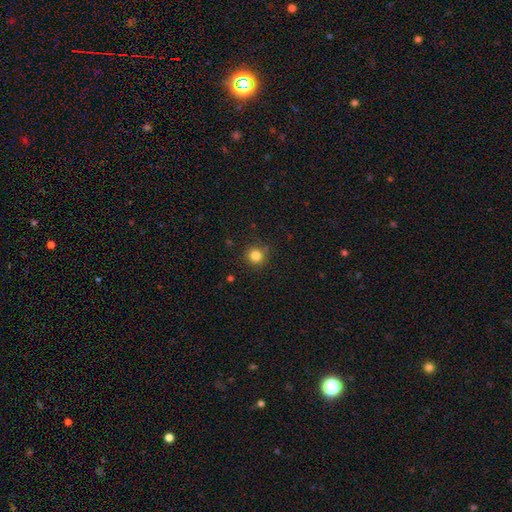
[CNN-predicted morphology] Smooth or featured?
  - smooth: 83% *
  - star or artifact: 12%
  - featured or disk: 5%
How rounded?
  - round: 93% *
  - in between: 6%
  - cigar-shaped: 1%
Merging?
  - none: 85% *
  - minor disturbance: 10%
  - major disturbance: 3%
  - merger: 3%